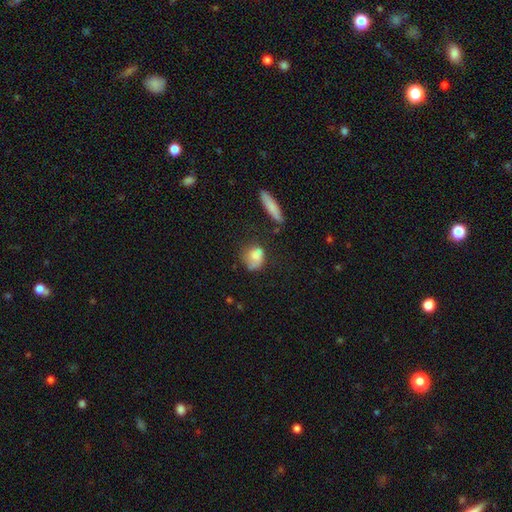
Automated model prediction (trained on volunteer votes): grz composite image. It shows a smooth galaxy with no disk features (76%) that is in between round and cigar-shaped (50%). Merging: none (41%).